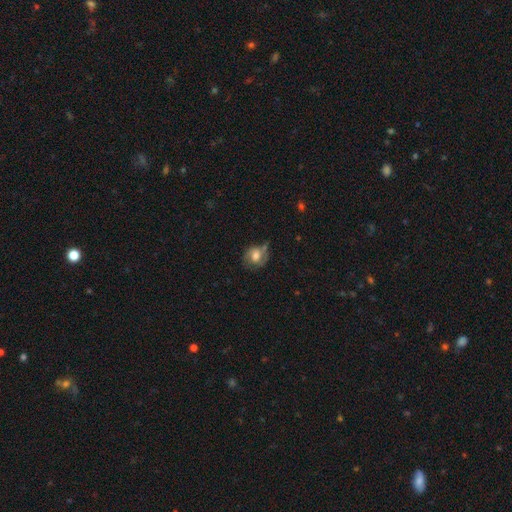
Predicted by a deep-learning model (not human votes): smooth_or_featured: smooth (p=0.47) [alt: featured or disk p=0.44]
merging: none (p=0.50) [alt: minor disturbance p=0.29]